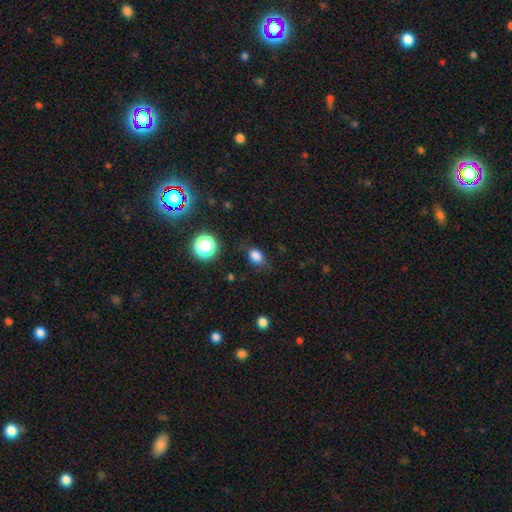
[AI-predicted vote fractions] smooth-or-featured: smooth: 81% | star or artifact: 13% | featured or disk: 6%
  how-rounded: in between: 70% | round: 28% | cigar-shaped: 2%
  merging: none: 72% | minor disturbance: 20% | major disturbance: 6% | merger: 2%